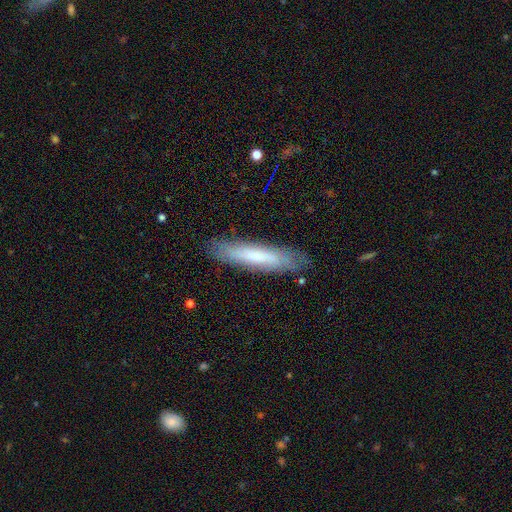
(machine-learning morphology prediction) Smooth or featured?
  - smooth: 63% *
  - featured or disk: 30%
  - star or artifact: 7%
How rounded?
  - cigar-shaped: 82% *
  - in between: 16%
  - round: 1%
Merging?
  - none: 82% *
  - minor disturbance: 13%
  - major disturbance: 3%
  - merger: 1%